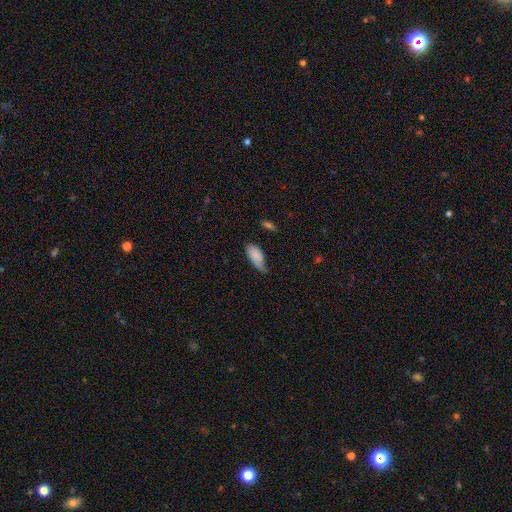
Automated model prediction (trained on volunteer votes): smooth-or-featured: smooth: 82% | featured or disk: 11% | star or artifact: 7%
  how-rounded: in between: 89% | cigar-shaped: 9% | round: 2%
  merging: minor disturbance: 46% | none: 39% | major disturbance: 13% | merger: 3%